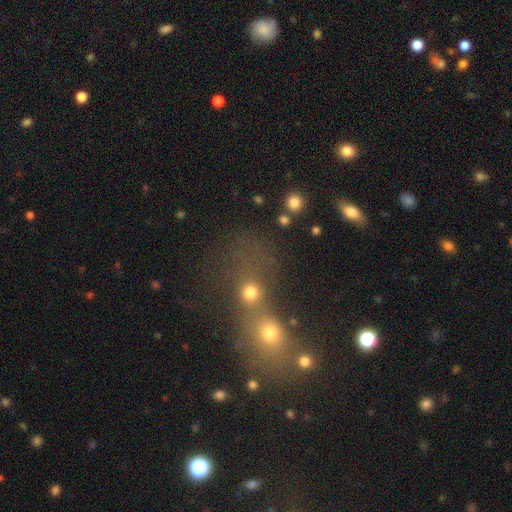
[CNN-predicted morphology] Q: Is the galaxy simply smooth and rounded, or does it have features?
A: smooth — 54%.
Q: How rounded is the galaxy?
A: round — 66%.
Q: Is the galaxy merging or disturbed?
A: merger — 65%.